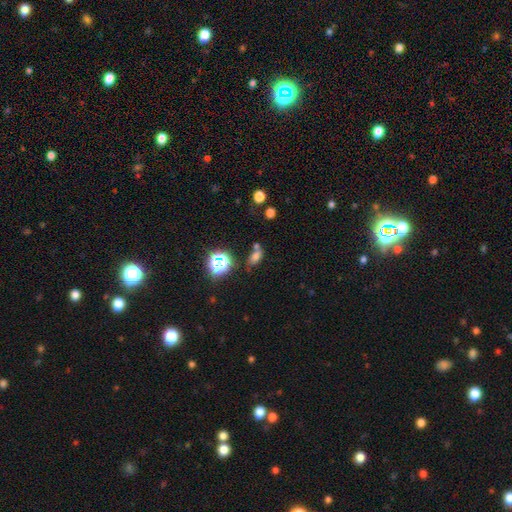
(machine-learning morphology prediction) The model was most divided on "merging": none: 53%, merger: 23%, minor disturbance: 17%, major disturbance: 8%. More confident: how rounded — in between (78%); smooth or featured — smooth (62%).